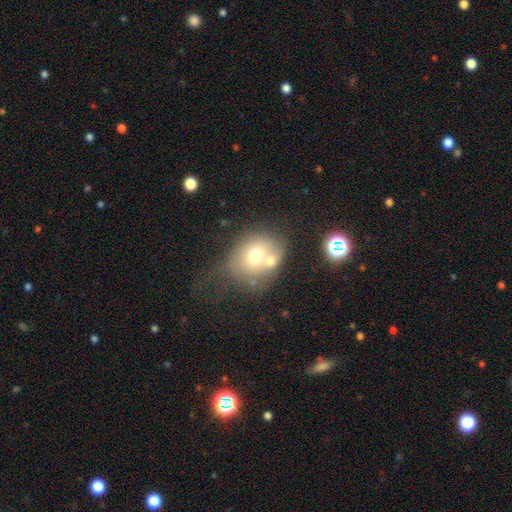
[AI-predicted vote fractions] Smooth or featured? smooth (64%)
How rounded? round (53%)
Merging? merger (41%)